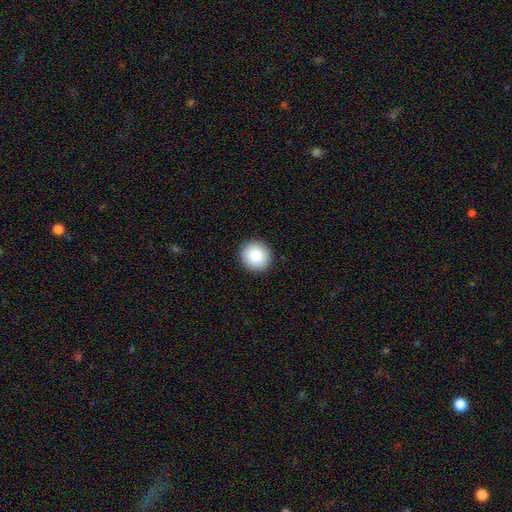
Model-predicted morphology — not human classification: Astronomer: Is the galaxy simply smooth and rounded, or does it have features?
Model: smooth — 84%.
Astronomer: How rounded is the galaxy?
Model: round — 92%.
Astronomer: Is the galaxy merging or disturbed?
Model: none — 93%.